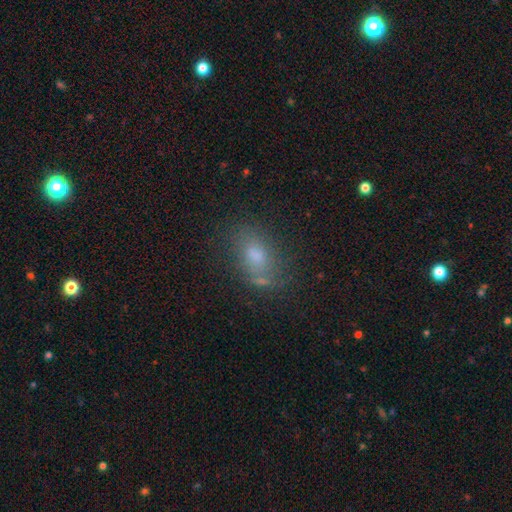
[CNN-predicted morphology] Q: Smooth or featured?
A: smooth (67%); runner-up: featured or disk (19%)
Q: How rounded?
A: in between (82%); runner-up: round (14%)
Q: Merging?
A: none (64%); runner-up: minor disturbance (20%)